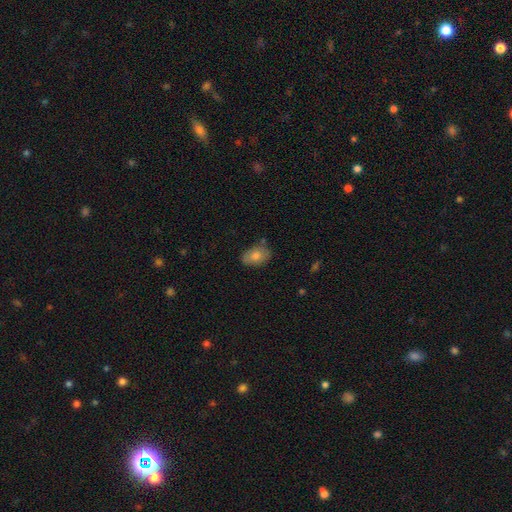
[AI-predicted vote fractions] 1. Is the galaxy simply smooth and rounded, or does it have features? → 77% smooth, 16% featured or disk, 7% star or artifact.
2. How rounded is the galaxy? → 85% in between, 14% round, 1% cigar-shaped.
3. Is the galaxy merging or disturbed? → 69% none, 22% minor disturbance, 5% merger, 5% major disturbance.